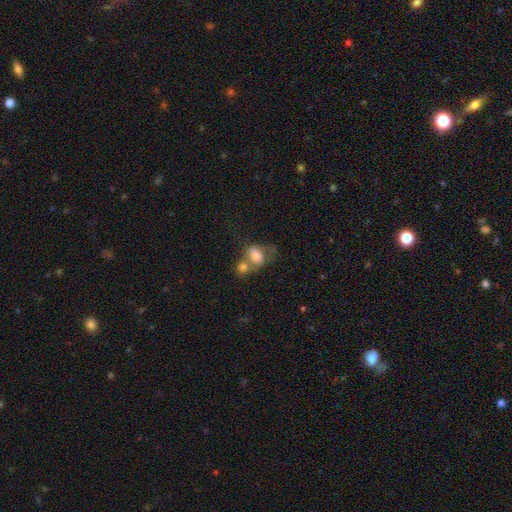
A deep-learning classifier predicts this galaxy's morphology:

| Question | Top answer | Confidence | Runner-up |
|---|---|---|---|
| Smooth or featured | smooth | 68% | featured or disk (22%) |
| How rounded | in between | 68% | round (31%) |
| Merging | merger | 59% | none (19%) |